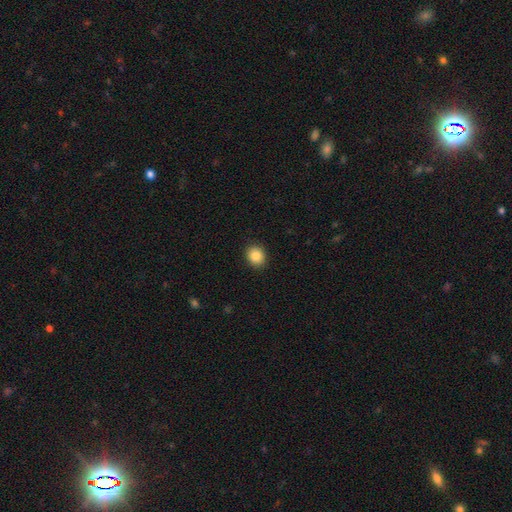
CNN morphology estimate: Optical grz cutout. It shows a smooth galaxy with no disk features (86%) that is round (67%). Merging: none (91%).